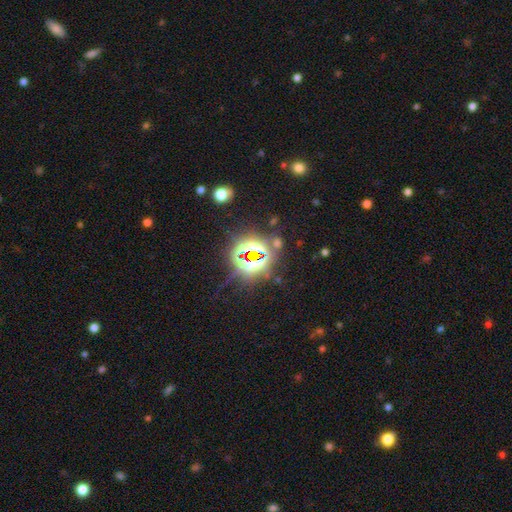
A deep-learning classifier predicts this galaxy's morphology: Smooth or featured? star or artifact (78%)